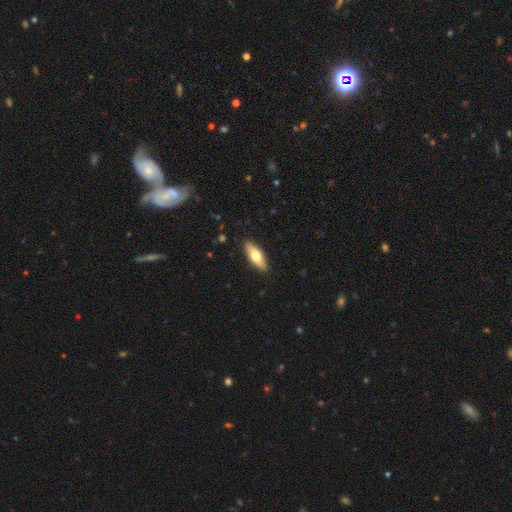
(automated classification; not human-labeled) smooth 67%, featured or disk 28%, star or artifact 5%. Down the decision tree: how rounded — in between (62%); merging — none (89%).